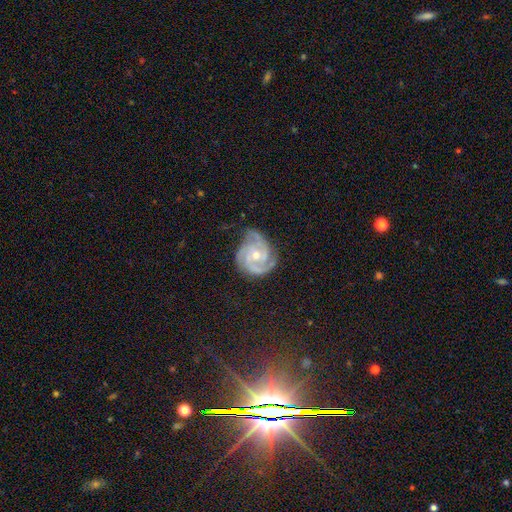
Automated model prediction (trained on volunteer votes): Smooth or featured? featured or disk (90%)
Edge-on disk? no (98%)
Bar? no (69%)
Spiral arms? yes (98%)
Spiral winding? tight (61%)
Spiral arm count? 3 (63%)
Bulge size? moderate (54%)
Merging? none (67%)